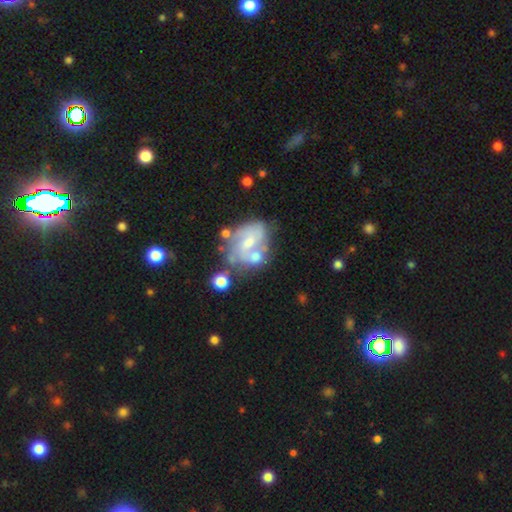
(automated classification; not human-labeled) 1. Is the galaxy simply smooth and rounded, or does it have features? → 63% featured or disk, 27% smooth, 10% star or artifact.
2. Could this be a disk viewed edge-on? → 97% no, 3% yes.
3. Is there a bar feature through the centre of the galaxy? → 54% no, 37% weak, 9% strong.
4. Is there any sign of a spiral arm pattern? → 58% yes, 42% no.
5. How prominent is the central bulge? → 48% small, 37% moderate, 11% none, 3% large, 1% dominant.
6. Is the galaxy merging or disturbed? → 33% none, 31% merger, 18% minor disturbance, 17% major disturbance.